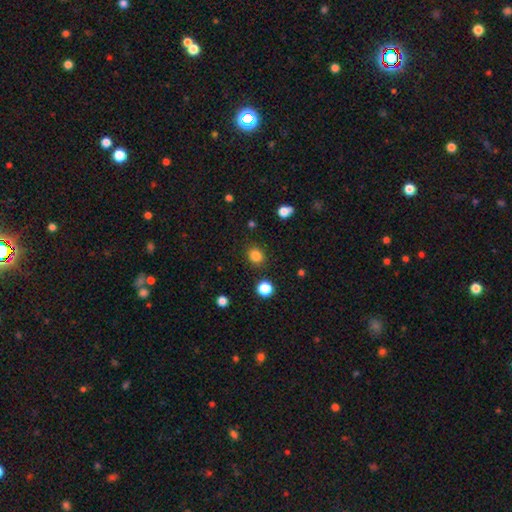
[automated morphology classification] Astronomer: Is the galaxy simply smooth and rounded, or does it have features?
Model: smooth — 84%.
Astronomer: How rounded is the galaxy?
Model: round — 70%.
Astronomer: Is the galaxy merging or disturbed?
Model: none — 87%.